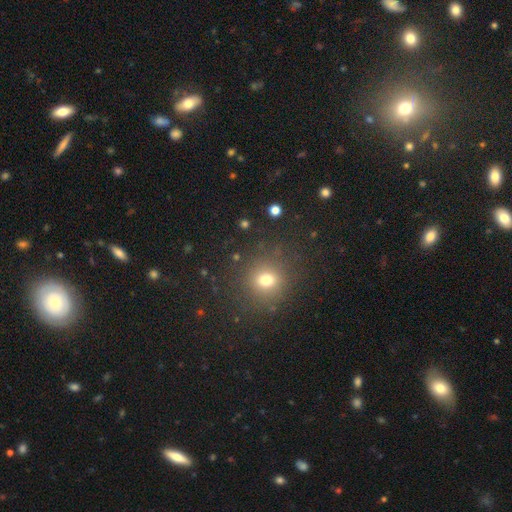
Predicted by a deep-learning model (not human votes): A smooth galaxy with no disk features (54%) that is round (89%).

Vote fractions:
- Smooth or featured? smooth: 54% / star or artifact: 38% / featured or disk: 8%
- How rounded? round: 89% / in between: 9% / cigar-shaped: 1%
- Merging? none: 89% / minor disturbance: 6% / major disturbance: 3% / merger: 2%